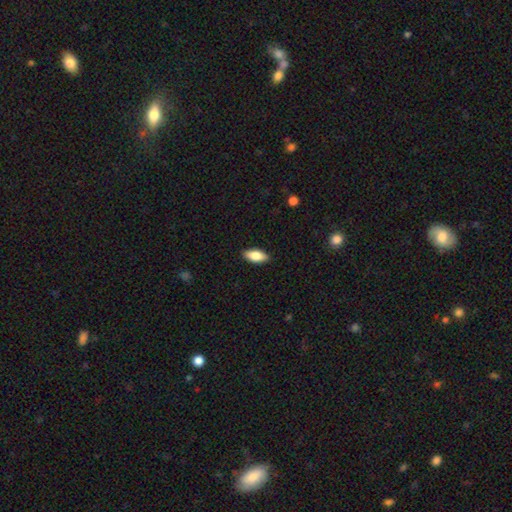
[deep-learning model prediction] The model was most divided on "smooth or featured": smooth: 79%, featured or disk: 15%, star or artifact: 6%. More confident: merging — none (89%); how rounded — in between (85%).